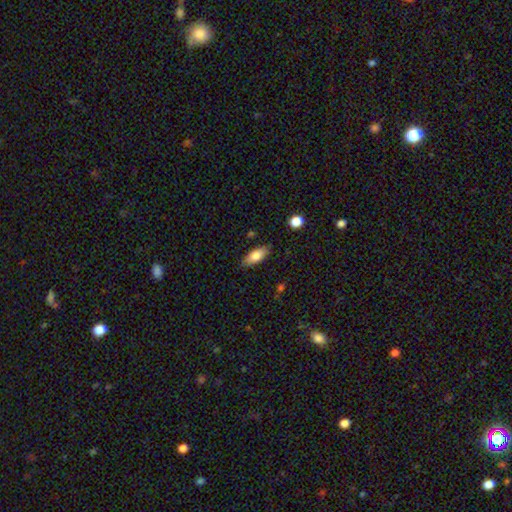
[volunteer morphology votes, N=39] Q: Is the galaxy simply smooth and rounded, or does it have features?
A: smooth — 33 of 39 (85%).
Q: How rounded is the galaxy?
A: in between — 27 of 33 (82%).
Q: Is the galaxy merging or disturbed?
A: none — 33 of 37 (89%).